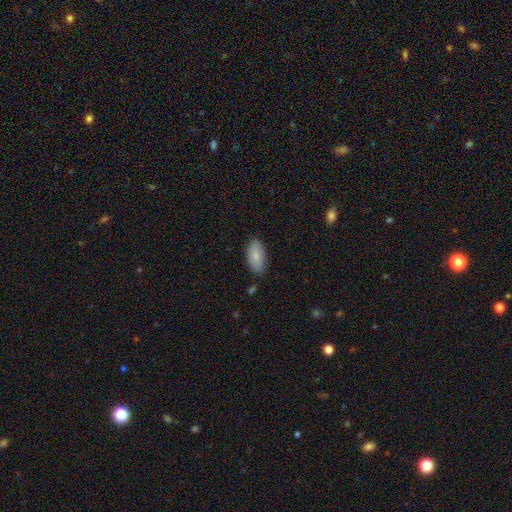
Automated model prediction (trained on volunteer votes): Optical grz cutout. It shows a smooth galaxy with no disk features (82%) that is in between round and cigar-shaped (94%). Merging: none (80%).